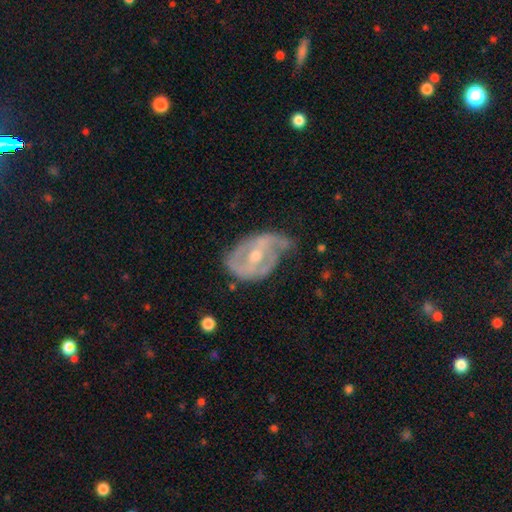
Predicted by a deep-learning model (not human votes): The model was most divided on "merging": none: 41%, minor disturbance: 37%, major disturbance: 21%, merger: 2%. Remaining: edge-on disk — no (96%); smooth or featured — featured or disk (79%); spiral arms — yes (78%); bulge size — moderate (58%); spiral arm count — 2 (56%); bar — weak (42%); spiral winding — medium (40%).